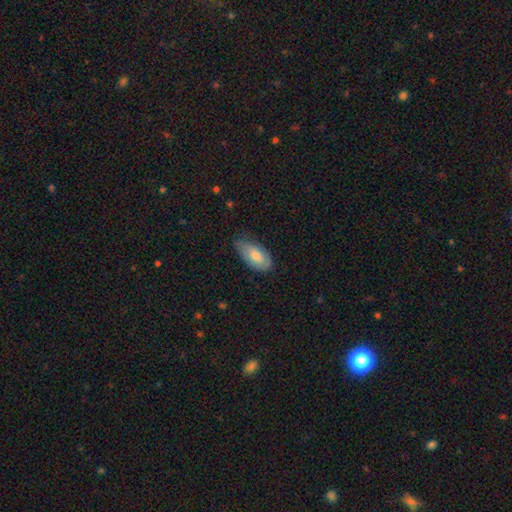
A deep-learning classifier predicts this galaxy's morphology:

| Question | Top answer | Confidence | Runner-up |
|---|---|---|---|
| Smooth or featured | smooth | 71% | featured or disk (23%) |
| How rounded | in between | 92% | cigar-shaped (5%) |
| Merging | none | 61% | minor disturbance (32%) |